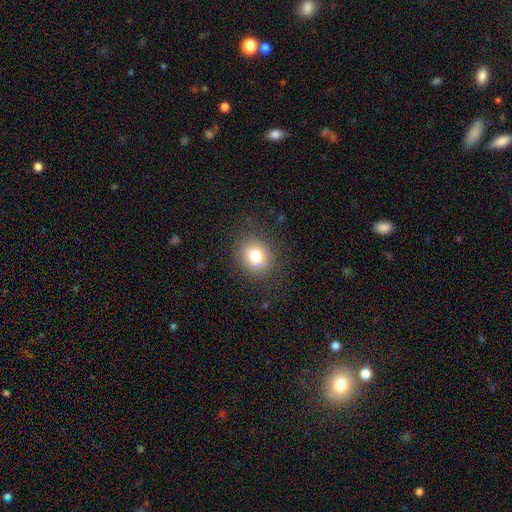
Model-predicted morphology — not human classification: Smooth or featured? smooth (77%)
How rounded? round (78%)
Merging? none (85%)